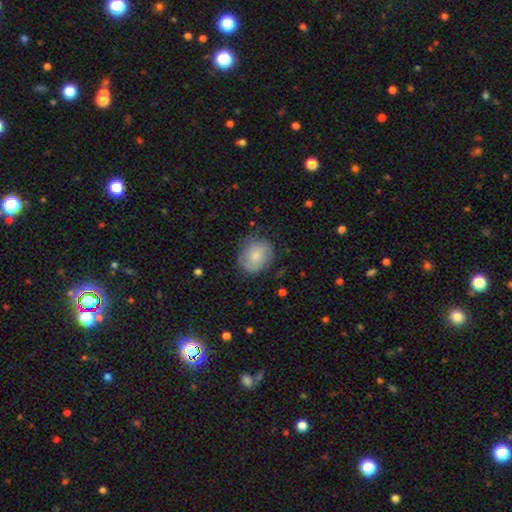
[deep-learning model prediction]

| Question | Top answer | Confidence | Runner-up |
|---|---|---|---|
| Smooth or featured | smooth | 68% | featured or disk (25%) |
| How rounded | round | 61% | in between (38%) |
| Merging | none | 70% | minor disturbance (22%) |